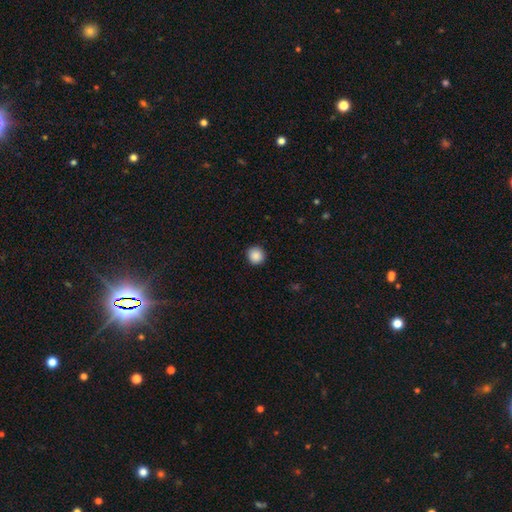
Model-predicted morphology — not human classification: smooth 88%, star or artifact 9%, featured or disk 3%. Down the decision tree: how rounded — round (93%); merging — none (92%).